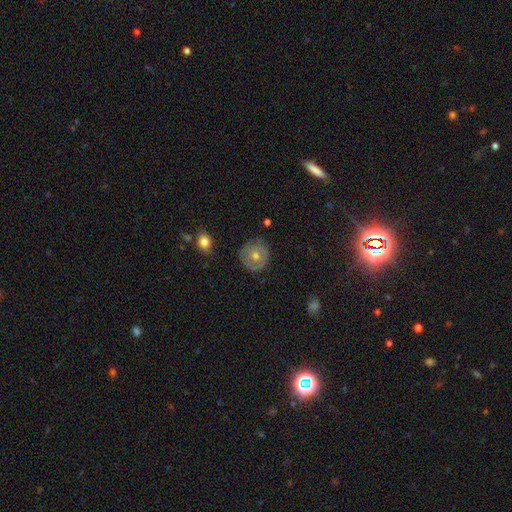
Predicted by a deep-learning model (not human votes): Smooth or featured? Predicted: featured or disk (p=0.45, tied with smooth). Merging? Predicted: none (p=0.82).